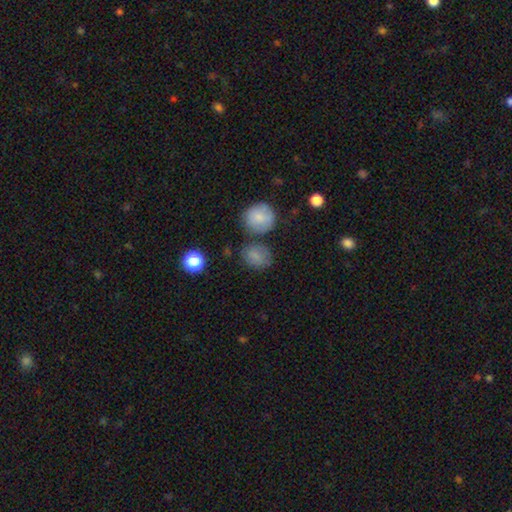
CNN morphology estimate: This is likely a smooth galaxy (79%). How rounded: possibly round (56%). Merging: likely none (65%).